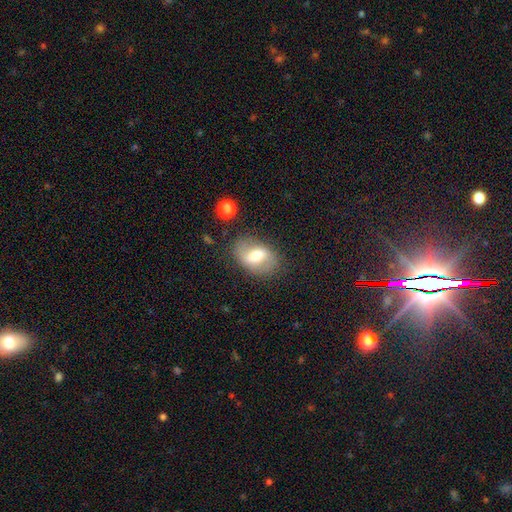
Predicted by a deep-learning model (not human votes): Smooth or featured? featured or disk (48%)
Merging? none (76%)